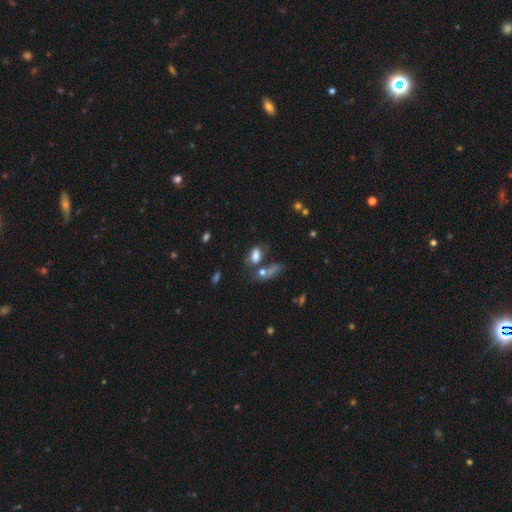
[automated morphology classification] Q: Smooth or featured?
A: smooth (75%); runner-up: star or artifact (13%)
Q: How rounded?
A: in between (83%); runner-up: round (12%)
Q: Merging?
A: none (45%); runner-up: merger (26%)